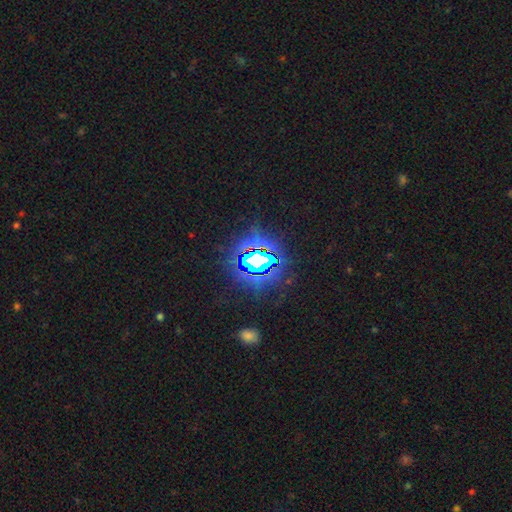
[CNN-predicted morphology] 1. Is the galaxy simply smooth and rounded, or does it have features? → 79% star or artifact, 11% smooth, 10% featured or disk.